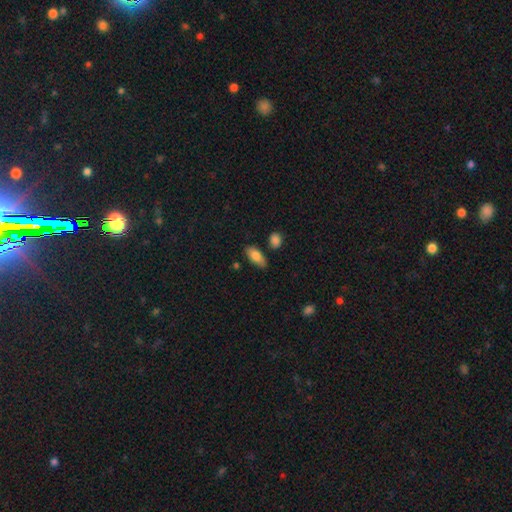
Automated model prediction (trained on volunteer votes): Overall: smooth (81%). How rounded: in between (85%). Merging: none (77%).